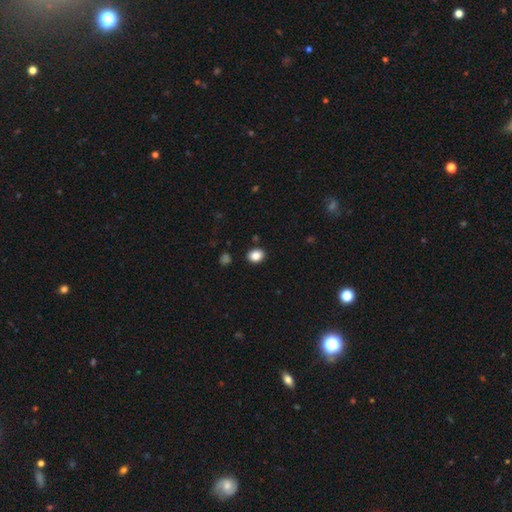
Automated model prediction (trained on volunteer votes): Q: Smooth or featured?
A: smooth (86%); runner-up: star or artifact (9%)
Q: How rounded?
A: in between (57%); runner-up: round (42%)
Q: Merging?
A: none (89%); runner-up: minor disturbance (7%)